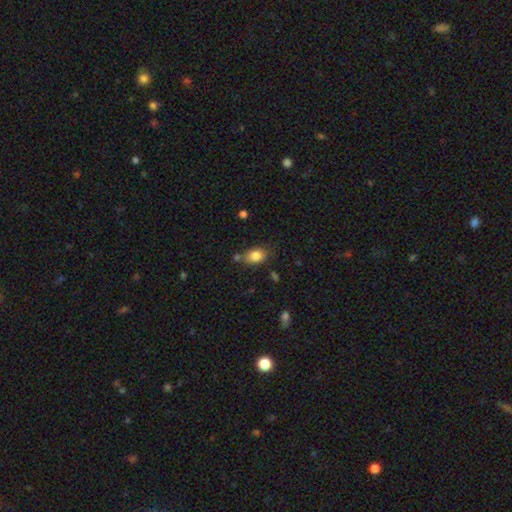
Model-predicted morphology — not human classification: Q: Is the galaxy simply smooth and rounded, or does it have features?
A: smooth — 83%.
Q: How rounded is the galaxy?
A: in between — 77%.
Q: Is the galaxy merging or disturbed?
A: none — 69%.